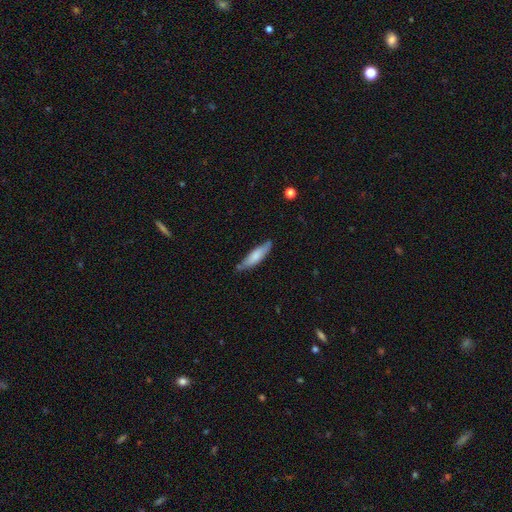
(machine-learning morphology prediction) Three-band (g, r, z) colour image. It shows a smooth galaxy with no disk features (72%) that is cigar-shaped (68%). Merging: none (71%).